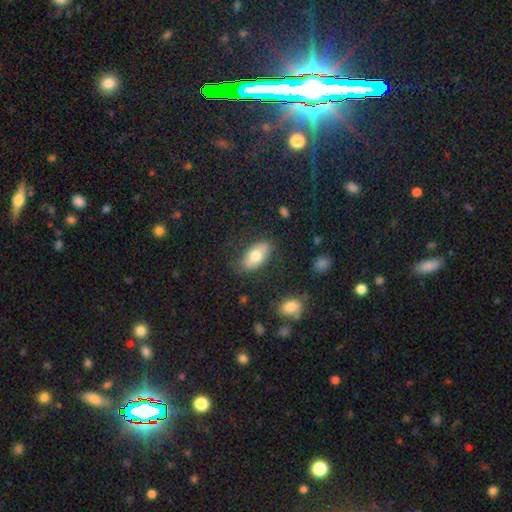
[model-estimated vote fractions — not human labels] Smooth or featured? Predicted: smooth (p=0.72). How rounded? Predicted: in between (p=0.92). Merging? Predicted: none (p=0.77).